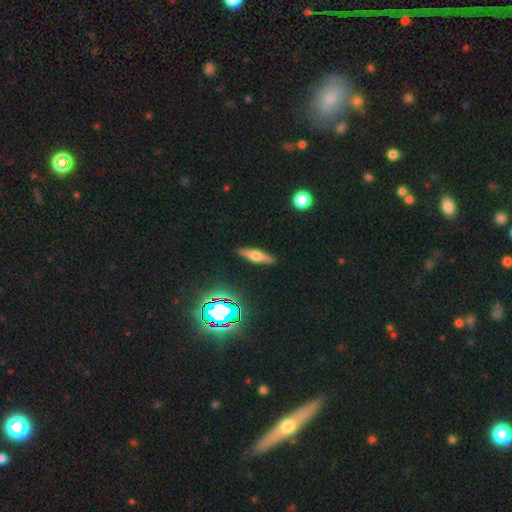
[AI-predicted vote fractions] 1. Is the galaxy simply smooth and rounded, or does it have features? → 58% featured or disk, 31% smooth, 12% star or artifact.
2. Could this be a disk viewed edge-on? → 94% yes, 6% no.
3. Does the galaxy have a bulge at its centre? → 87% rounded, 10% boxy, 3% none.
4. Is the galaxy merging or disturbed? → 88% none, 8% minor disturbance, 2% major disturbance, 1% merger.